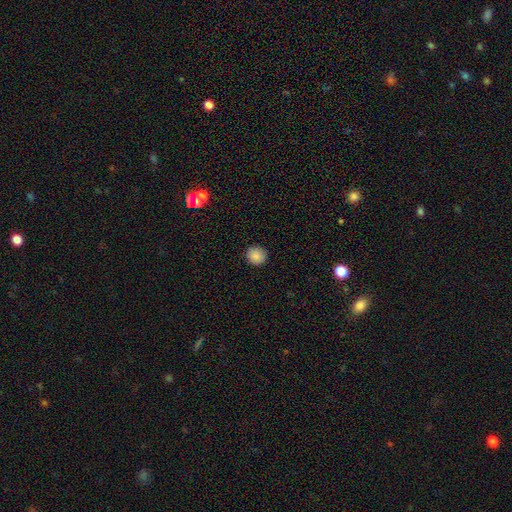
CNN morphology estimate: The model was most divided on "smooth or featured": smooth: 86%, star or artifact: 10%, featured or disk: 4%. More confident: how rounded — round (92%); merging — none (91%).